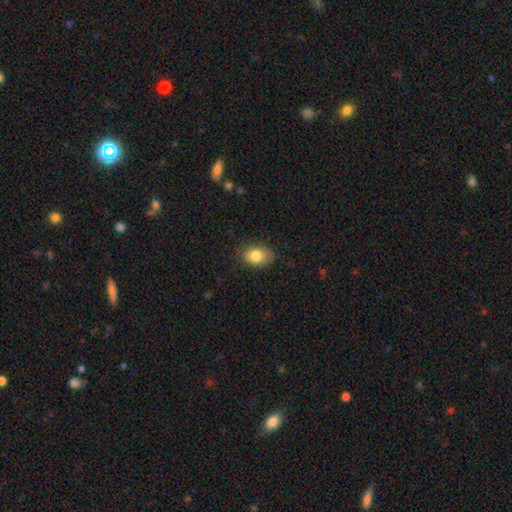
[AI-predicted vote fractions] This appears to be a smooth galaxy with no disk features (83%) that is in between round and cigar-shaped (71%). Merging: none (79%).